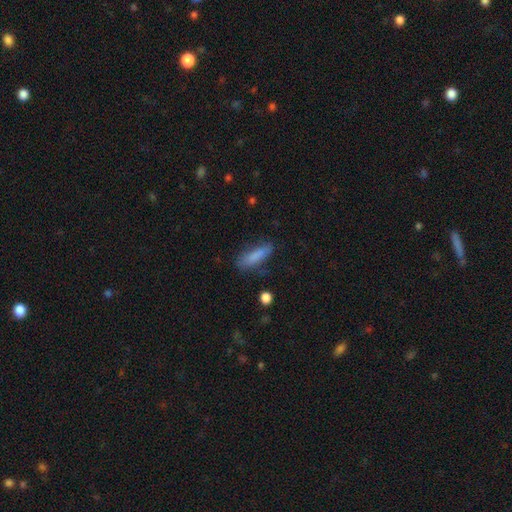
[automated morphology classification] Smooth or featured: smooth — 83% (featured or disk — 10%)
How rounded: cigar-shaped — 61% (in between — 37%)
Merging: none — 73% (minor disturbance — 19%)